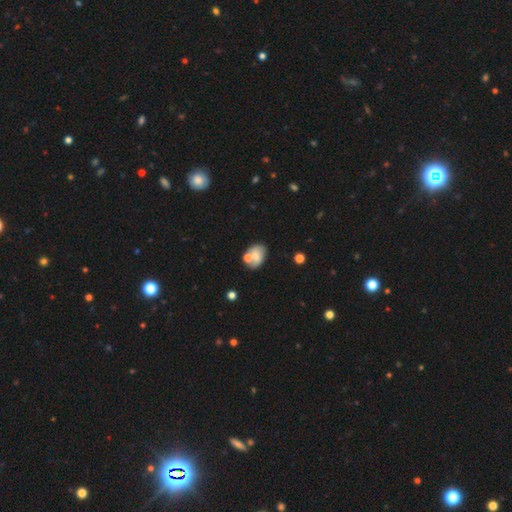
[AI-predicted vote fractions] A smooth galaxy with no disk features (54%) that is in between round and cigar-shaped (71%).

Vote fractions:
- Smooth or featured? smooth: 54% / featured or disk: 37% / star or artifact: 9%
- How rounded? in between: 71% / round: 27% / cigar-shaped: 2%
- Merging? none: 50% / merger: 25% / minor disturbance: 19% / major disturbance: 7%